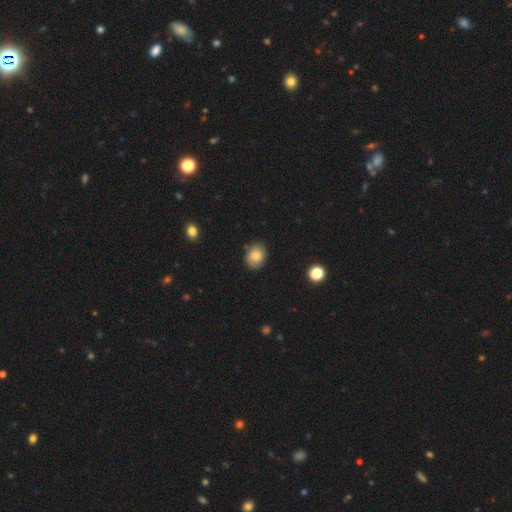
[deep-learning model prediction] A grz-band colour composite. It shows a smooth galaxy with no disk features (81%) that is in between round and cigar-shaped (59%). Merging: none (82%).